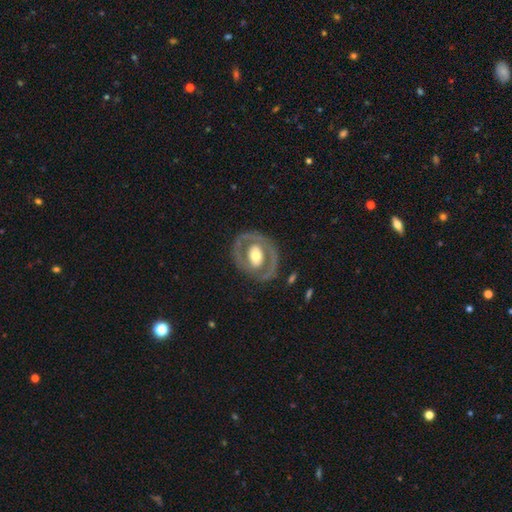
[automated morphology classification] Smooth or featured: featured or disk — 69% (smooth — 27%)
Edge-on disk: no — 95% (yes — 5%)
Bar: no — 57% (weak — 26%)
Spiral arms: no — 65% (yes — 35%)
Bulge size: moderate — 60% (large — 28%)
Merging: none — 77% (minor disturbance — 13%)